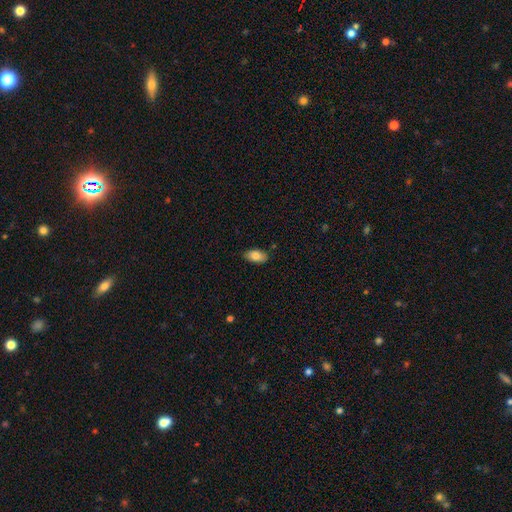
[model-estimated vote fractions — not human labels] This is clearly a smooth galaxy (82%). How rounded: clearly in between (93%). Merging: clearly none (85%).